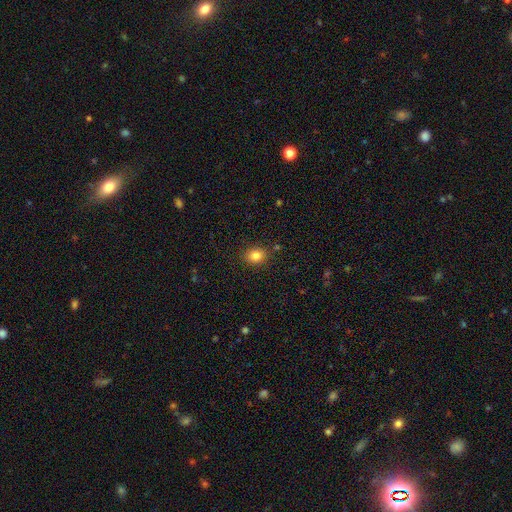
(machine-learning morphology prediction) Smooth or featured: smooth — 82% (star or artifact — 11%)
How rounded: round — 54% (in between — 45%)
Merging: none — 87% (minor disturbance — 9%)